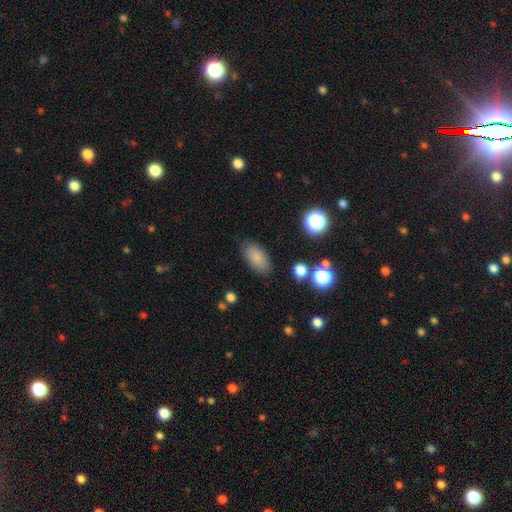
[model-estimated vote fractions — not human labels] Smooth or featured? smooth (83%)
How rounded? in between (91%)
Merging? none (84%)